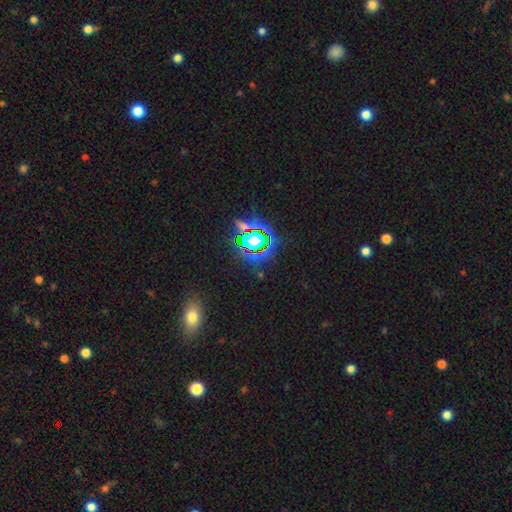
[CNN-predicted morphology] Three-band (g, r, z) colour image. It shows a star or artifact, not a galaxy (70%).